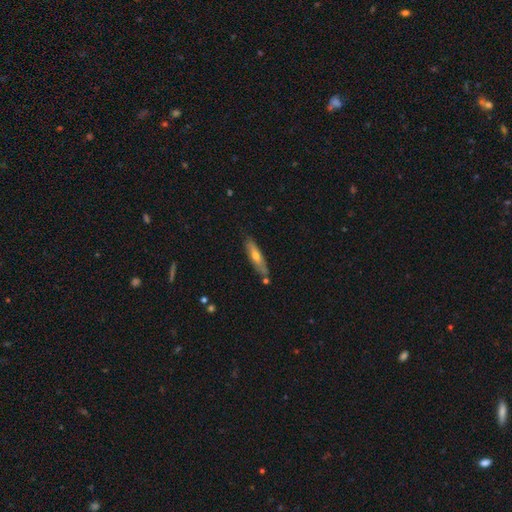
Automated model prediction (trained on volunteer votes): smooth_or_featured: smooth (p=0.47) [alt: featured or disk p=0.46]
merging: none (p=0.79) [alt: minor disturbance p=0.14]